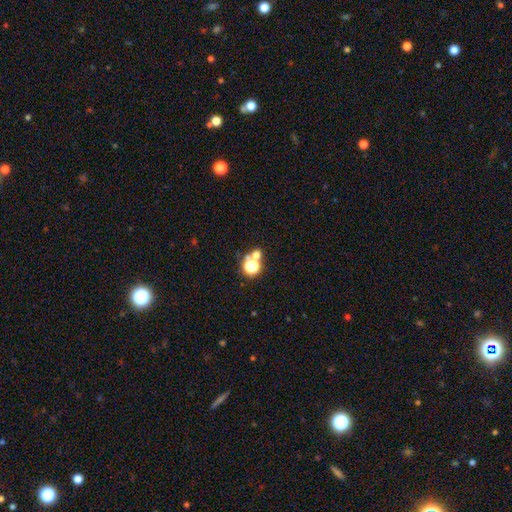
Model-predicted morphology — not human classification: Smooth or featured? smooth (56%)
How rounded? round (81%)
Merging? none (56%)